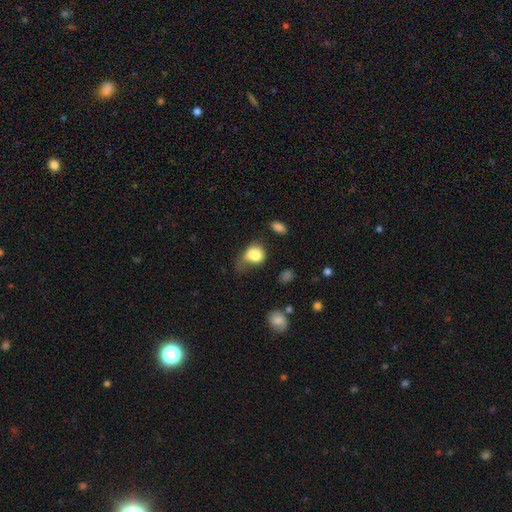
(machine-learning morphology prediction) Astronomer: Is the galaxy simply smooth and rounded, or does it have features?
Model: smooth — 79%.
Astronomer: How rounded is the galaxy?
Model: in between — 50% (runner-up: round, 48%).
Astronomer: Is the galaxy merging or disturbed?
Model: major disturbance — 36% (runner-up: minor disturbance, 32%).